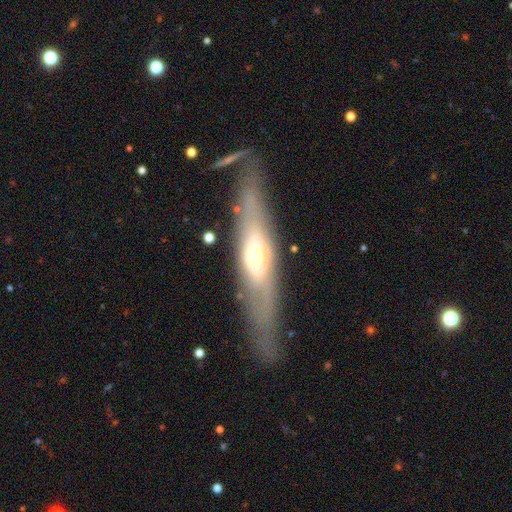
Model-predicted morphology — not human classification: The model was most divided on "edge-on disk": yes: 65%, no: 35%. More confident: merging — none (73%); smooth or featured — featured or disk (64%).